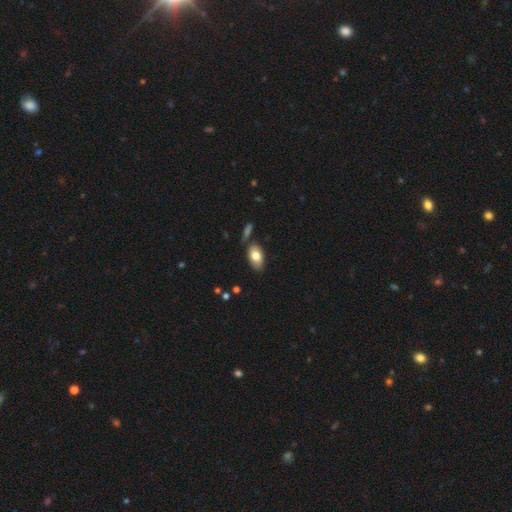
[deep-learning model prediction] smooth-or-featured: smooth: 79% | featured or disk: 14% | star or artifact: 7%
  how-rounded: in between: 92% | round: 5% | cigar-shaped: 3%
  merging: none: 75% | minor disturbance: 14% | merger: 7% | major disturbance: 3%